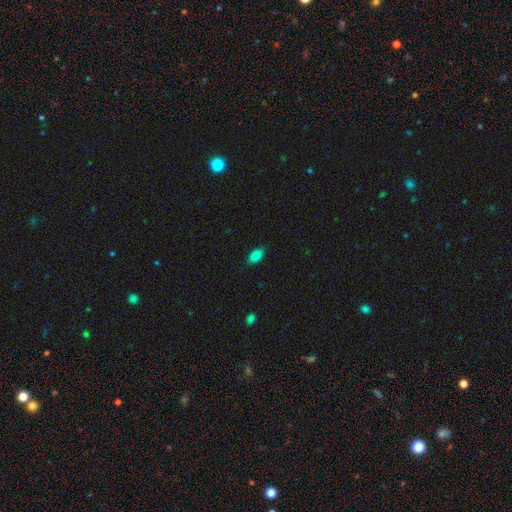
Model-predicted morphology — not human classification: Smooth or featured? Predicted: smooth (p=0.81). How rounded? Predicted: in between (p=0.89). Merging? Predicted: none (p=0.85).